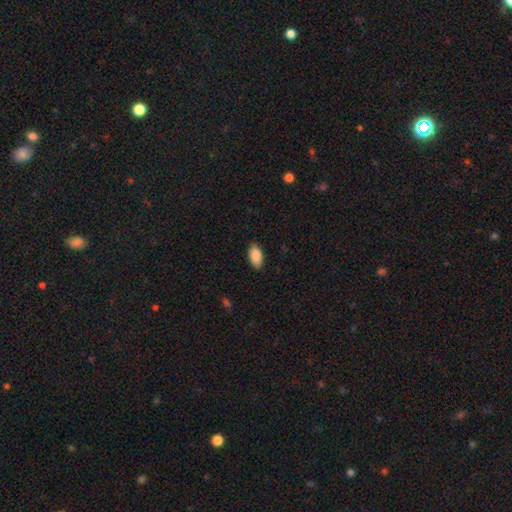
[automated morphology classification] Q: Smooth or featured?
A: smooth (89%); runner-up: star or artifact (6%)
Q: How rounded?
A: in between (95%); runner-up: round (3%)
Q: Merging?
A: none (88%); runner-up: minor disturbance (9%)